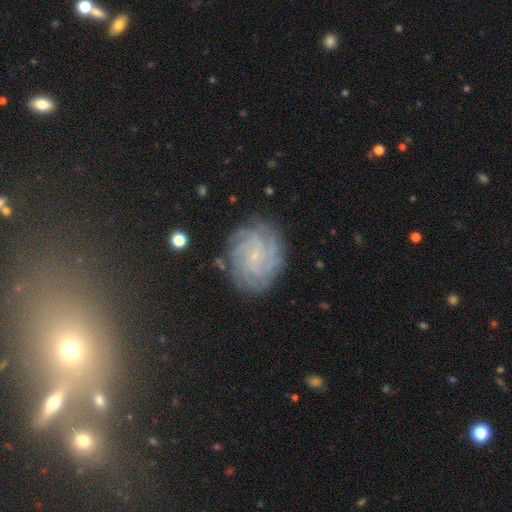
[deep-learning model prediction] This appears to be a featured or disk galaxy (81%) with no bar (68%), 4 (26%, tied with can't tell) tight (73%) spiral arms (97%) and a small central bulge (84%). Merging: none (81%).